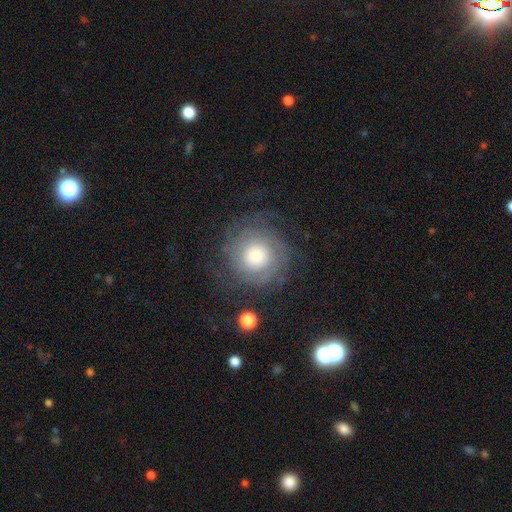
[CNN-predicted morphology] smooth_or_featured: featured or disk (p=0.65) [alt: smooth p=0.25]
disk_edge_on: no (p=0.97) [alt: yes p=0.03]
bar: no (p=0.84) [alt: weak p=0.13]
has_spiral_arms: yes (p=0.87) [alt: no p=0.13]
spiral_winding: tight (p=0.69) [alt: medium p=0.23]
spiral_arm_count: can't tell (p=0.45) [alt: 2 p=0.21]
bulge_size: moderate (p=0.40) [alt: large p=0.36]
merging: none (p=0.74) [alt: minor disturbance p=0.14]